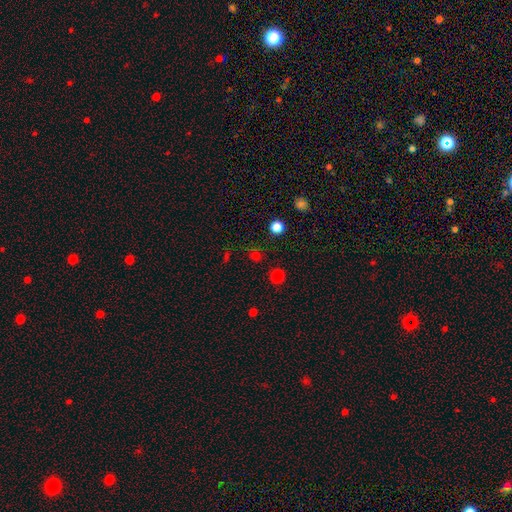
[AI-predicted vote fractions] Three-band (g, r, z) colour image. It shows a smooth galaxy with no disk features (66%) that is round (90%). Merging: none (86%).